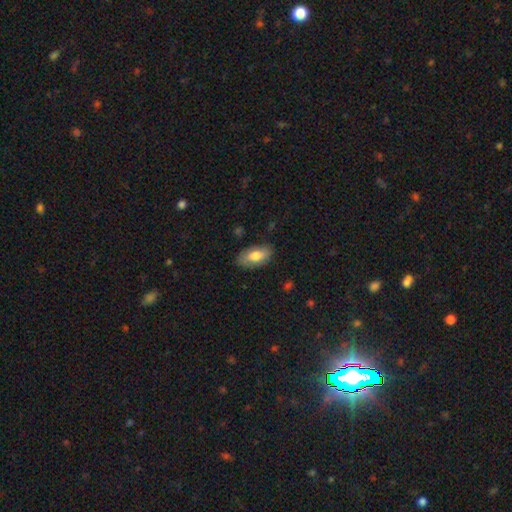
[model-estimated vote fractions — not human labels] Smooth or featured? Predicted: smooth (p=0.72). How rounded? Predicted: in between (p=0.92). Merging? Predicted: none (p=0.82).